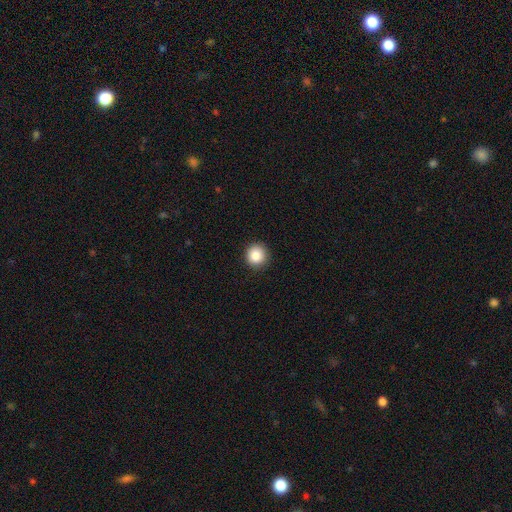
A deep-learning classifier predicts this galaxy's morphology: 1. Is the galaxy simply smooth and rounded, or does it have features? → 86% smooth, 9% star or artifact, 5% featured or disk.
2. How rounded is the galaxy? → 93% round, 6% in between, 1% cigar-shaped.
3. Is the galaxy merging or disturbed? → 91% none, 7% minor disturbance, 2% major disturbance, 1% merger.